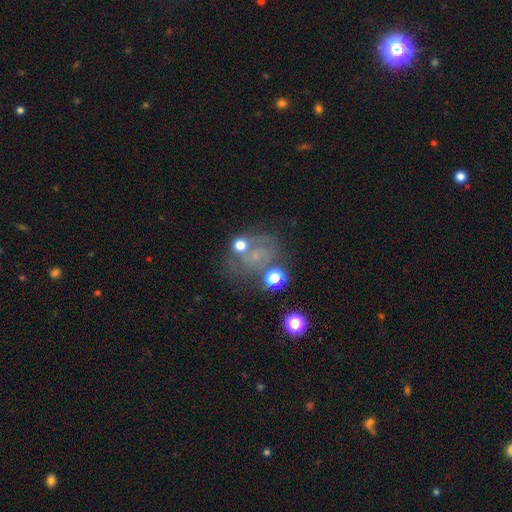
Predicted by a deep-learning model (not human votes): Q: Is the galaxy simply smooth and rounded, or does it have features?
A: featured or disk — 44%.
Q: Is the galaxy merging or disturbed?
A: none — 51%.